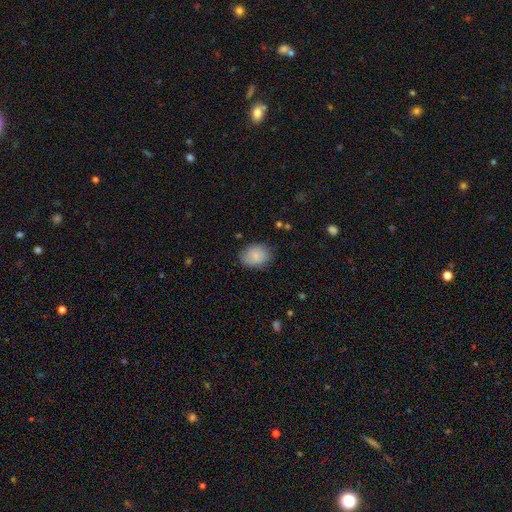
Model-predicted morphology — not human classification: This appears to be a smooth galaxy with no disk features (78%) that is in between round and cigar-shaped (66%). Merging: none (78%).